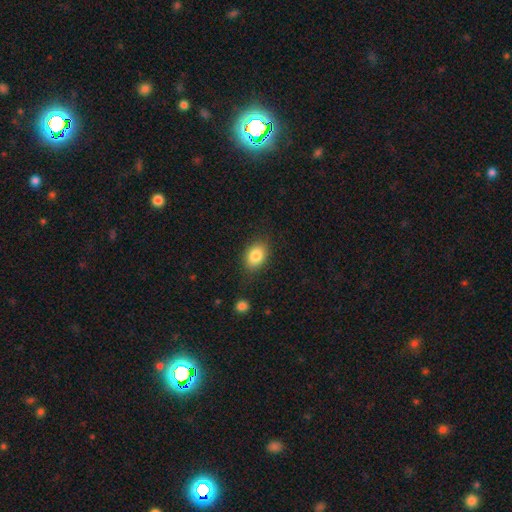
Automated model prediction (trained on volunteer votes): Smooth or featured?
  - smooth: 84% *
  - star or artifact: 8%
  - featured or disk: 8%
How rounded?
  - in between: 73% *
  - round: 25%
  - cigar-shaped: 1%
Merging?
  - none: 81% *
  - minor disturbance: 13%
  - major disturbance: 4%
  - merger: 2%